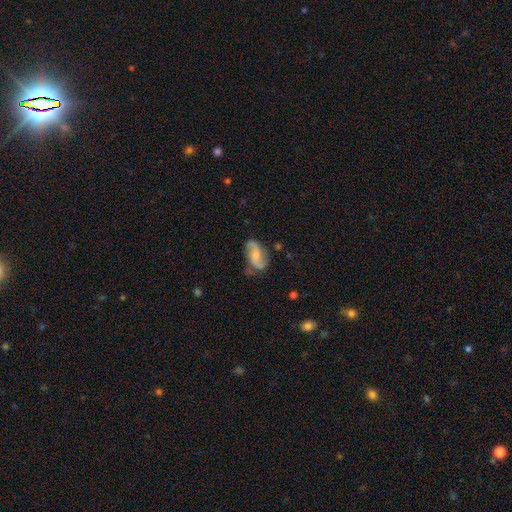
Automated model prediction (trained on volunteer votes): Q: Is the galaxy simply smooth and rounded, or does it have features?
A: featured or disk — 74%.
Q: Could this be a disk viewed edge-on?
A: no — 97%.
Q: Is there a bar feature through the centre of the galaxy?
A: no — 49%.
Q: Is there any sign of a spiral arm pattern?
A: yes — 95%.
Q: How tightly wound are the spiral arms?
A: loose — 61%.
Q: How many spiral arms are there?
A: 2 — 92%.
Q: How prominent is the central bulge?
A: small — 42%.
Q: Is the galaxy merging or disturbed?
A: none — 71%.